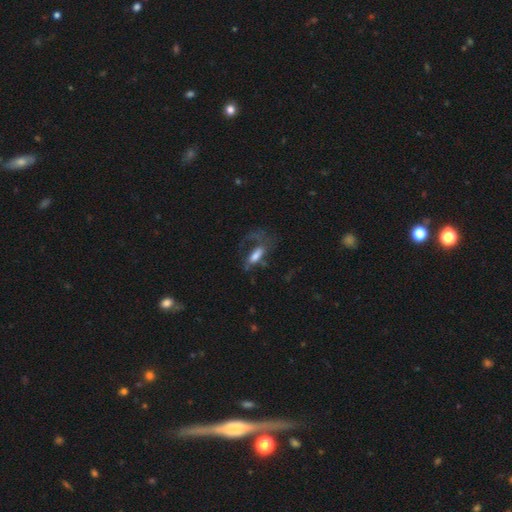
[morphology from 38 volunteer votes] smooth_or_featured: smooth (p=0.63) [alt: featured or disk p=0.37]
how_rounded: in between (p=0.67) [alt: cigar-shaped p=0.33]
merging: major disturbance (p=0.50) [alt: none p=0.34]